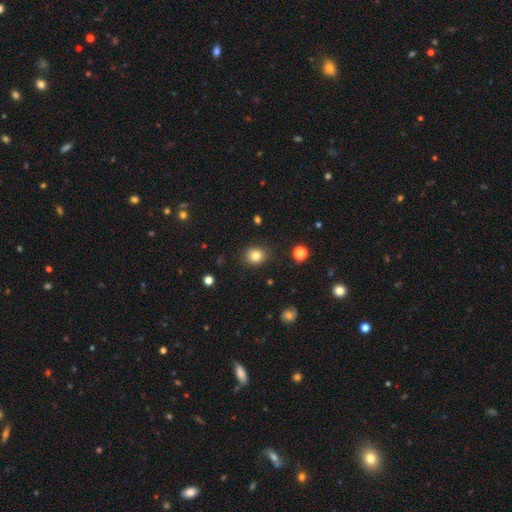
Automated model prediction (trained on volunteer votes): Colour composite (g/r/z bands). It shows a smooth galaxy with no disk features (82%) that is round (69%). Merging: none (86%).